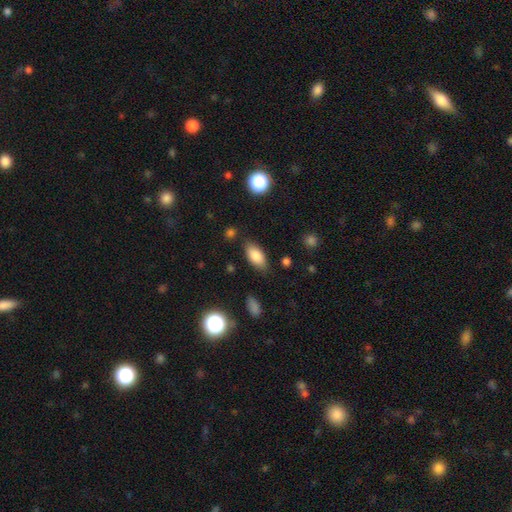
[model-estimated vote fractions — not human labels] Smooth or featured? smooth (83%)
How rounded? in between (90%)
Merging? none (82%)